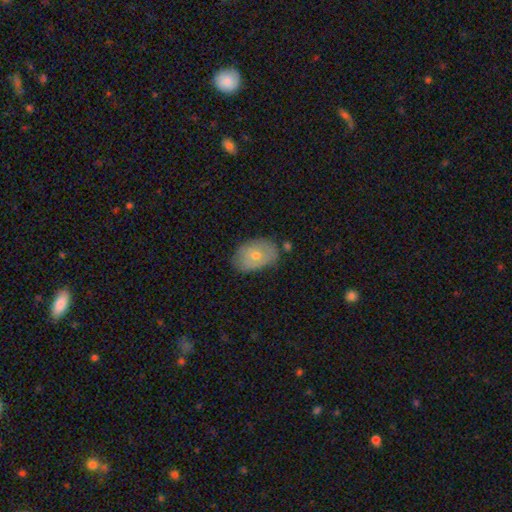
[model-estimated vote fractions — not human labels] Smooth or featured: smooth — 63% (featured or disk — 29%)
How rounded: in between — 84% (round — 14%)
Merging: none — 70% (minor disturbance — 22%)